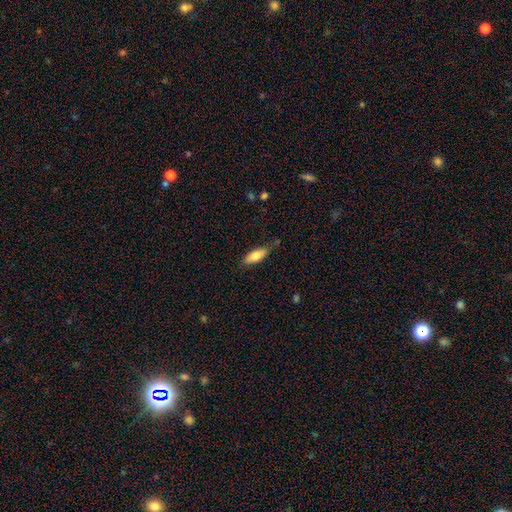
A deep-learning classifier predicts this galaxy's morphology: Smooth or featured?
  - smooth: 78% *
  - featured or disk: 16%
  - star or artifact: 6%
How rounded?
  - in between: 73% *
  - cigar-shaped: 25%
  - round: 2%
Merging?
  - none: 75% *
  - minor disturbance: 19%
  - major disturbance: 3%
  - merger: 2%